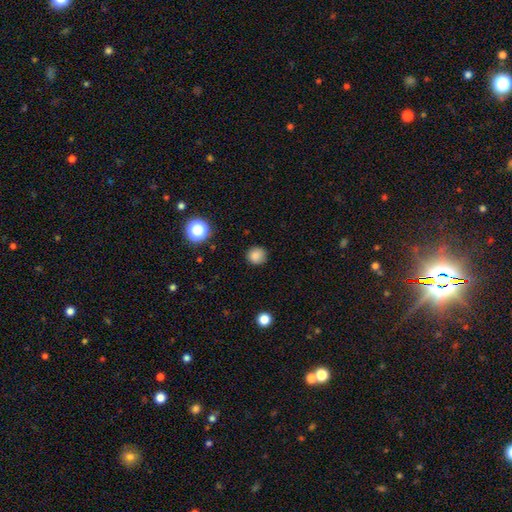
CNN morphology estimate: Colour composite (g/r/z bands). It shows a smooth galaxy with no disk features (84%) that is round (92%). Merging: none (88%).